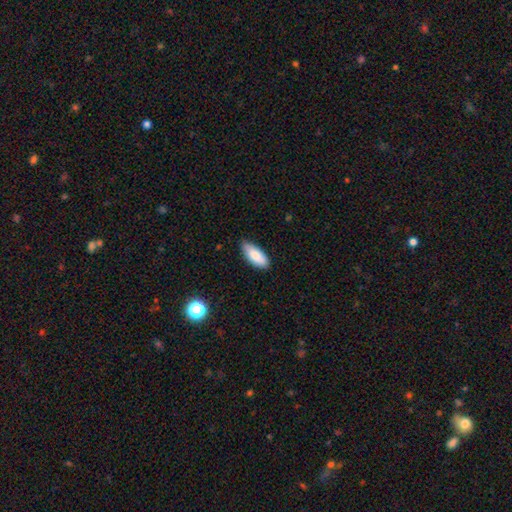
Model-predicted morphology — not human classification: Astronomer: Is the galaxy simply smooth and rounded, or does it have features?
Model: smooth — 85%.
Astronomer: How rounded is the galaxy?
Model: in between — 83%.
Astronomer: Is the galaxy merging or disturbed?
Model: none — 82%.